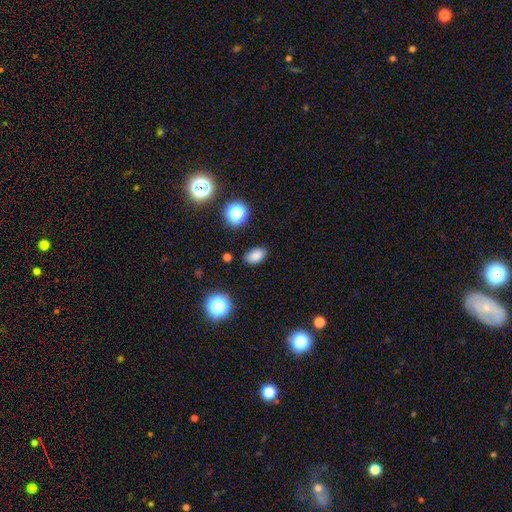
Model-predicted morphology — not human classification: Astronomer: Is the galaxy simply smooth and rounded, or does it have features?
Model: smooth — 83%.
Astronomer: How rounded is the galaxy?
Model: in between — 86%.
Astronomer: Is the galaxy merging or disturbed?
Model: none — 84%.